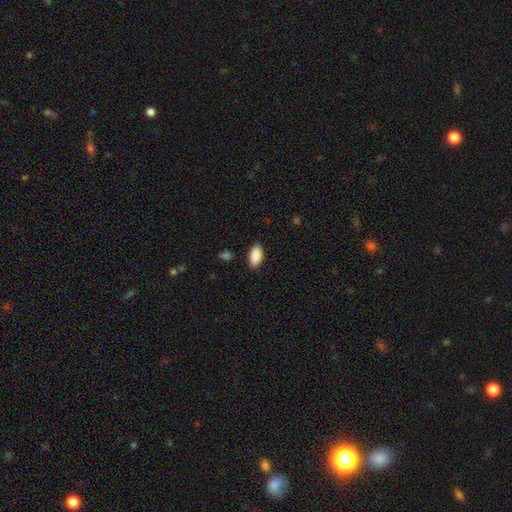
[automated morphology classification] Overall: smooth (89%). How rounded: in between (92%). Merging: none (87%).